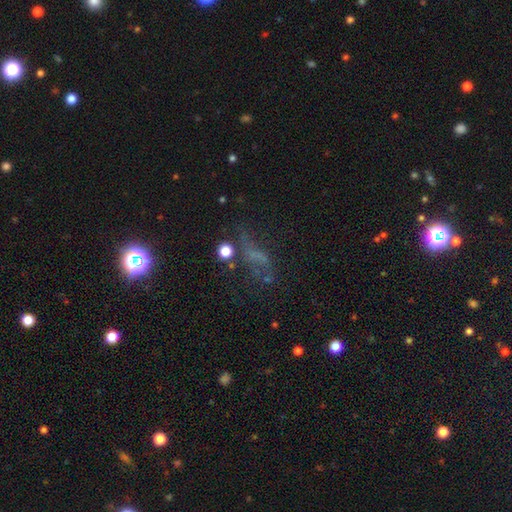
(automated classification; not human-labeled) A star or artifact, not a galaxy (36%).